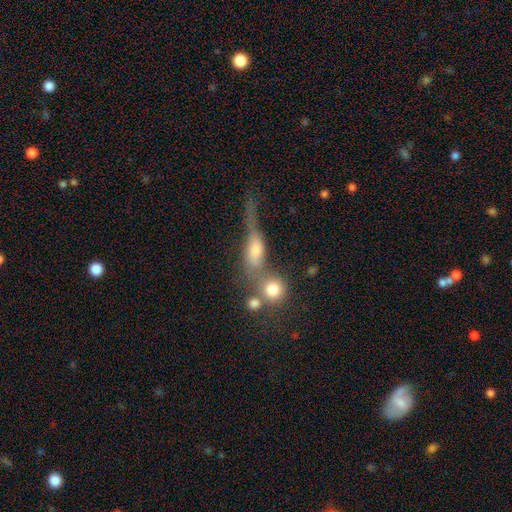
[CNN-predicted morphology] smooth-or-featured: smooth: 37% | featured or disk: 34% | star or artifact: 29%
  merging: merger: 41% | none: 40% | minor disturbance: 10% | major disturbance: 9%